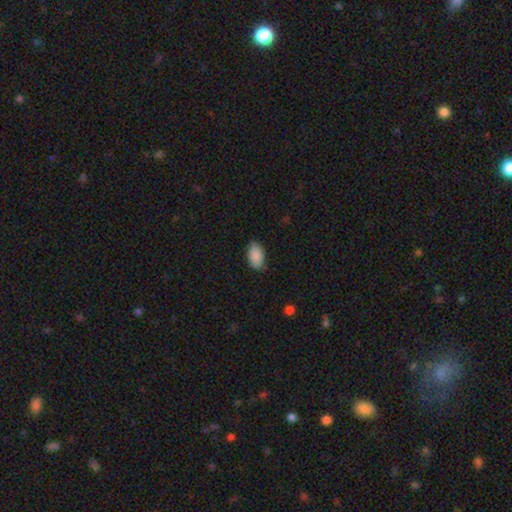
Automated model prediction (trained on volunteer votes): smooth_or_featured: smooth (p=0.89) [alt: star or artifact p=0.06]
how_rounded: in between (p=0.94) [alt: round p=0.04]
merging: none (p=0.81) [alt: minor disturbance p=0.15]